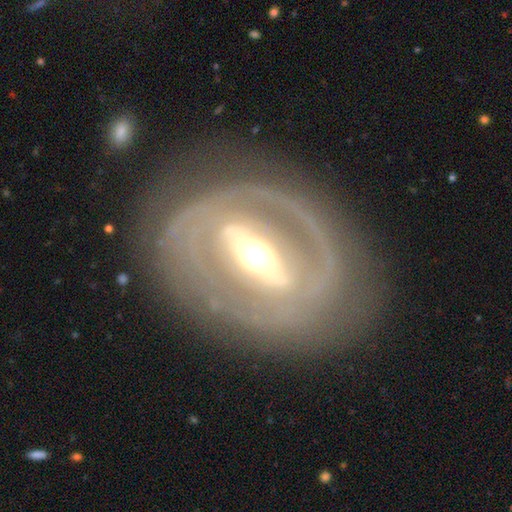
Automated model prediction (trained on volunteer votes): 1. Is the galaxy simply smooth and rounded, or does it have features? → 83% featured or disk, 11% smooth, 5% star or artifact.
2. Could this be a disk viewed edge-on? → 91% no, 9% yes.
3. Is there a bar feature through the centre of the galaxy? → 68% strong, 22% weak, 10% no.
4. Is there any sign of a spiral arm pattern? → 65% yes, 35% no.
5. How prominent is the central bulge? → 66% moderate, 17% large, 14% small, 2% dominant, 1% none.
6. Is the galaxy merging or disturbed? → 73% none, 16% minor disturbance, 9% major disturbance, 2% merger.